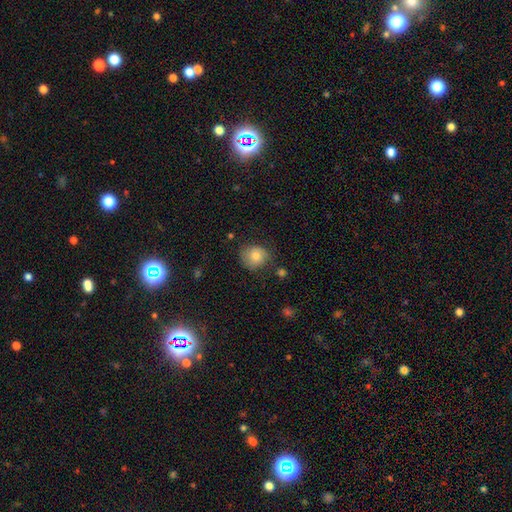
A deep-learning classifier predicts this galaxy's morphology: Smooth or featured? Predicted: smooth (p=0.79). How rounded? Predicted: round (p=0.79). Merging? Predicted: none (p=0.72).